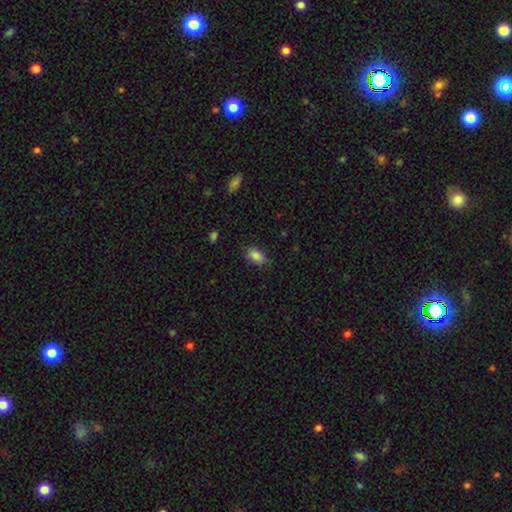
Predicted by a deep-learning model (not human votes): Q: Smooth or featured?
A: smooth (86%); runner-up: star or artifact (8%)
Q: How rounded?
A: in between (90%); runner-up: round (6%)
Q: Merging?
A: none (78%); runner-up: minor disturbance (17%)